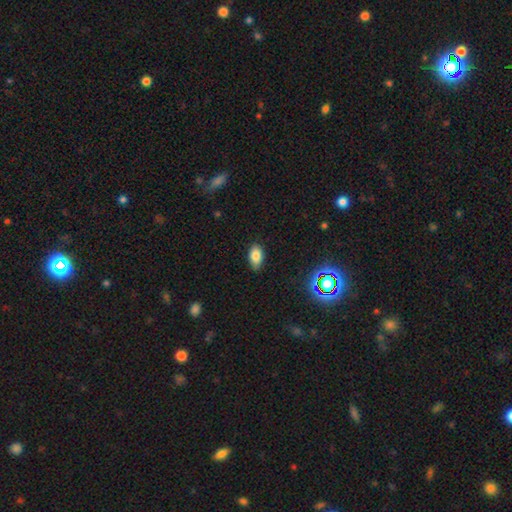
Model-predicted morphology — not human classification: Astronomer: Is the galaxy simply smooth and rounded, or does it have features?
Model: smooth — 82%.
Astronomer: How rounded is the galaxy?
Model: in between — 92%.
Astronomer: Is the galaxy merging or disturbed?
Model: none — 84%.